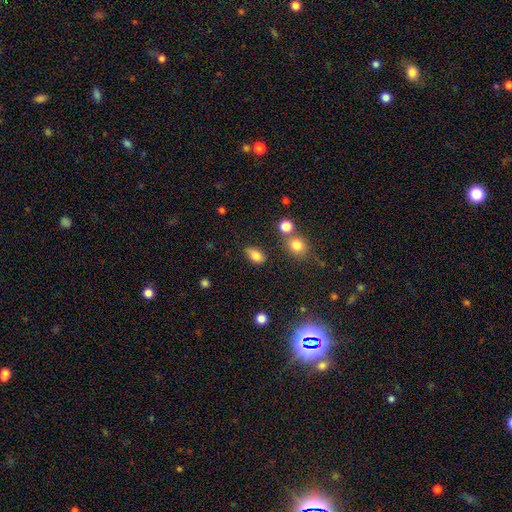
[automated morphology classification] Smooth or featured? Predicted: smooth (p=0.81). How rounded? Predicted: in between (p=0.86). Merging? Predicted: none (p=0.76).